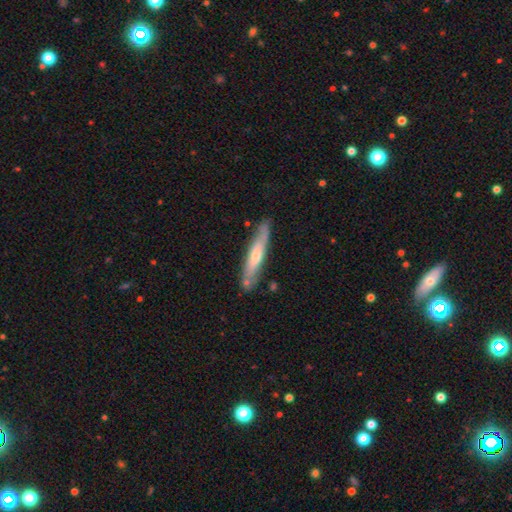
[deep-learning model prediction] Morphology: type=featured or disk (61%); edge-on=yes (79%); merging=none (80%).